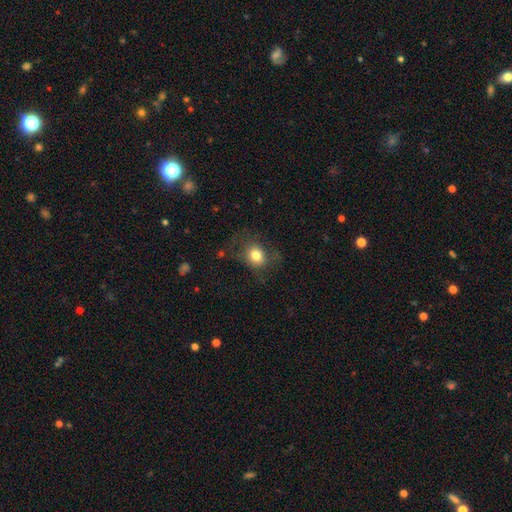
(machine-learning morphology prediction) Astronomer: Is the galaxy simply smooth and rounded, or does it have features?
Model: smooth — 78%.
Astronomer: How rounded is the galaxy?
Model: round — 57% (runner-up: in between, 42%).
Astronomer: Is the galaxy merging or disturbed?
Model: none — 61%.